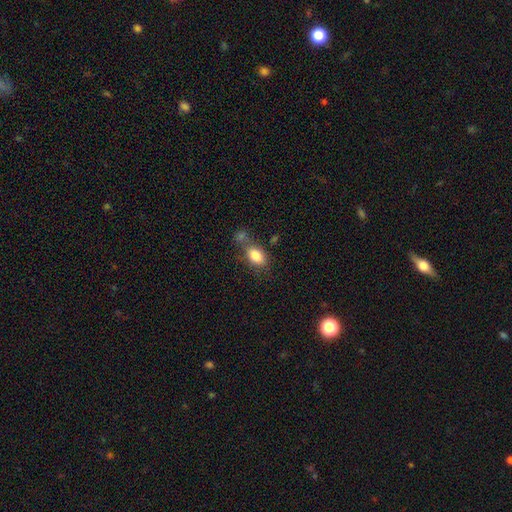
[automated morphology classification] Smooth or featured? Predicted: smooth (p=0.82). How rounded? Predicted: in between (p=0.83). Merging? Predicted: none (p=0.55).